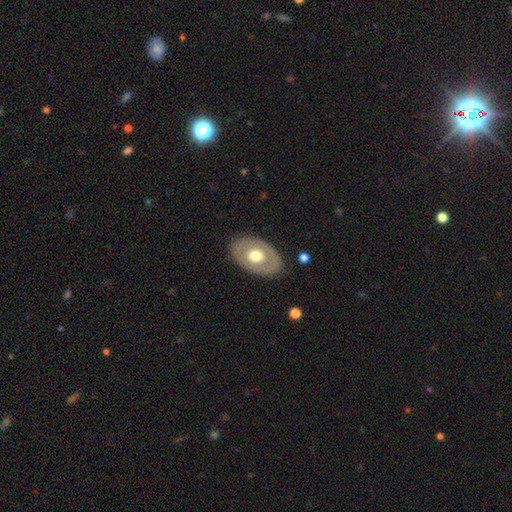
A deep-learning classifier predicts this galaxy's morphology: type=smooth (49%); merging=none (84%).